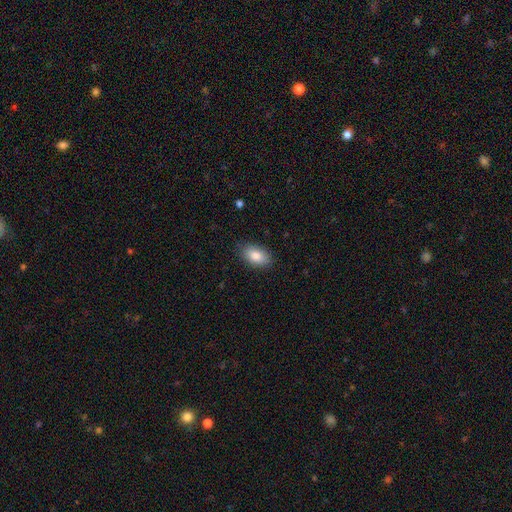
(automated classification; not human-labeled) A smooth galaxy with no disk features (85%) that is in between round and cigar-shaped (91%). Merging: none (85%).